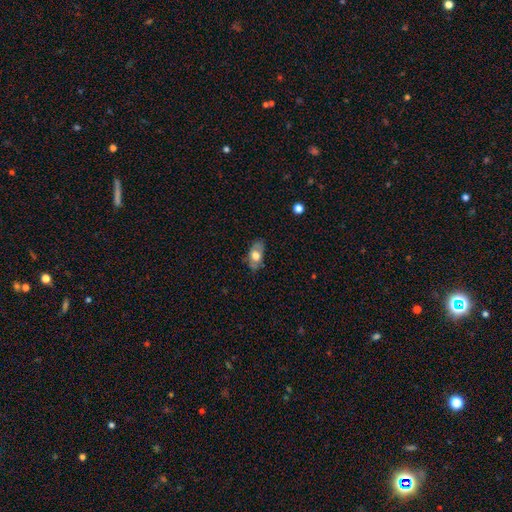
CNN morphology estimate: Smooth or featured: smooth — 63% (featured or disk — 29%)
How rounded: in between — 88% (round — 7%)
Merging: none — 70% (minor disturbance — 23%)